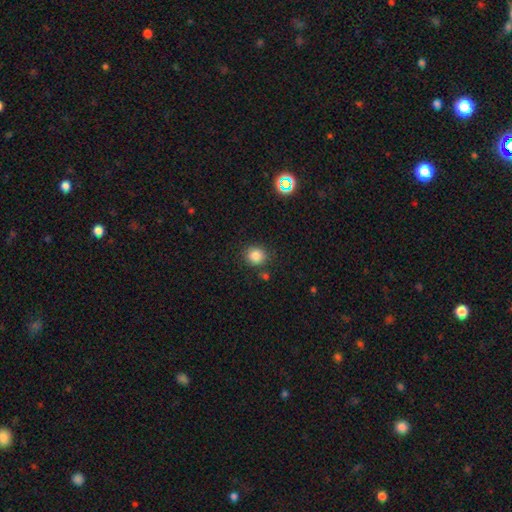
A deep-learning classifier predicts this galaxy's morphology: Q: Smooth or featured?
A: smooth (84%); runner-up: star or artifact (12%)
Q: How rounded?
A: round (88%); runner-up: in between (11%)
Q: Merging?
A: none (83%); runner-up: minor disturbance (9%)